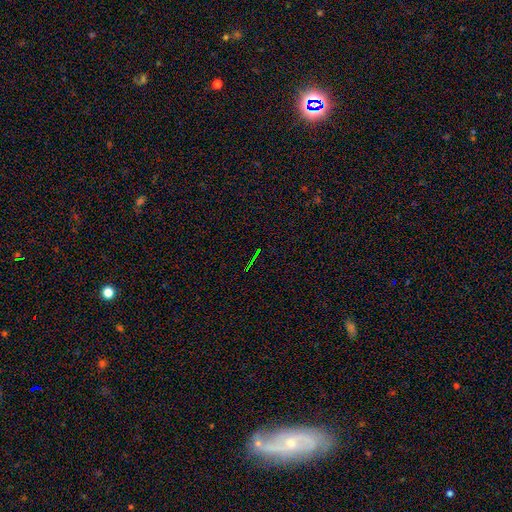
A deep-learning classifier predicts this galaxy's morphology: Smooth or featured? Predicted: star or artifact (p=0.73).